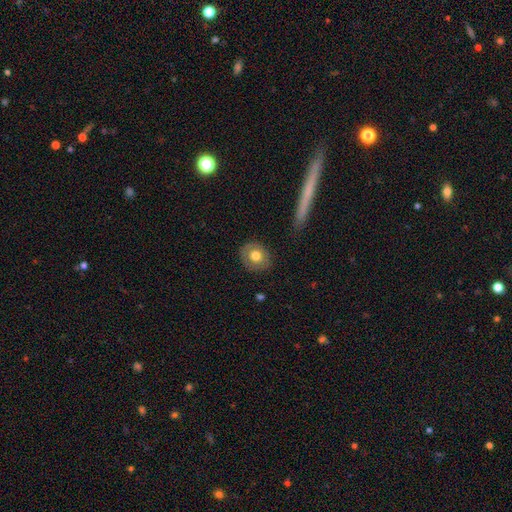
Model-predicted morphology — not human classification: This appears to be a smooth galaxy with no disk features (67%) that is round (70%). Merging: none (84%).